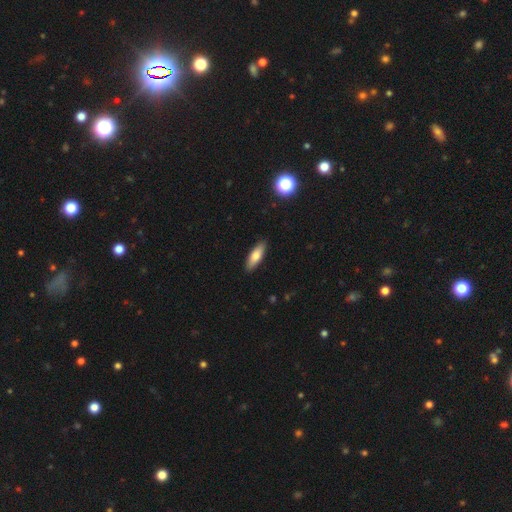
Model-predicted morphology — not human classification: The model was most divided on "how rounded": in between: 53%, cigar-shaped: 45%, round: 2%. More confident: merging — none (89%); smooth or featured — smooth (74%).